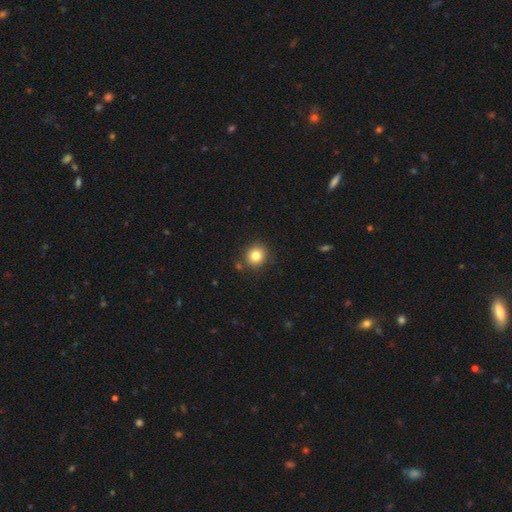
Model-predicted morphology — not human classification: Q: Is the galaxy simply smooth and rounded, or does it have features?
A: smooth — 82%.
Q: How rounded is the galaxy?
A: round — 84%.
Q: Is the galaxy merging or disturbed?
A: none — 85%.